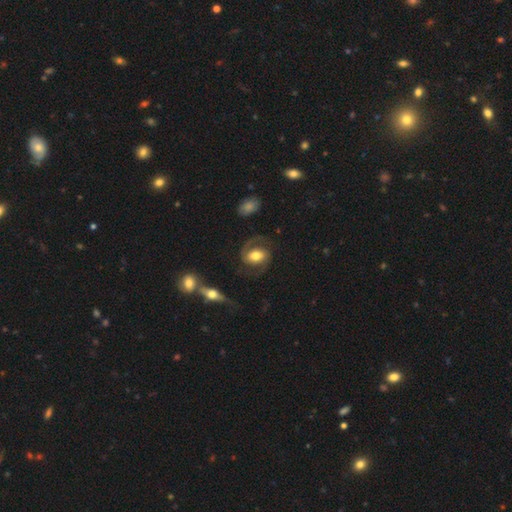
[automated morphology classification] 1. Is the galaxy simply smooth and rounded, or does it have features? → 75% featured or disk, 19% smooth, 6% star or artifact.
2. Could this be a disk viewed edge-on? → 97% no, 3% yes.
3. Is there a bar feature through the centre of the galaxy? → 37% no (tied), 37% weak (tied), 27% strong.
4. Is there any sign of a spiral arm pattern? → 93% yes, 7% no.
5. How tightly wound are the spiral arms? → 55% medium, 24% tight, 22% loose.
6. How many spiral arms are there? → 91% 2, 3% can't tell, 3% 1, 1% 3, 1% 4, 1% more than 4.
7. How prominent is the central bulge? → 61% moderate, 26% large, 9% small, 3% dominant, 1% none.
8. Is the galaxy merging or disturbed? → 75% none, 13% minor disturbance, 10% major disturbance, 3% merger.